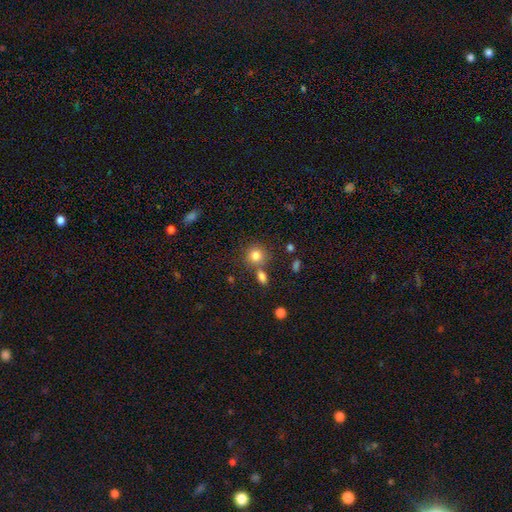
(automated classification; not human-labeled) Smooth or featured?
  - smooth: 81% *
  - star or artifact: 12%
  - featured or disk: 7%
How rounded?
  - round: 86% *
  - in between: 13%
  - cigar-shaped: 1%
Merging?
  - none: 69% *
  - merger: 18%
  - minor disturbance: 10%
  - major disturbance: 4%